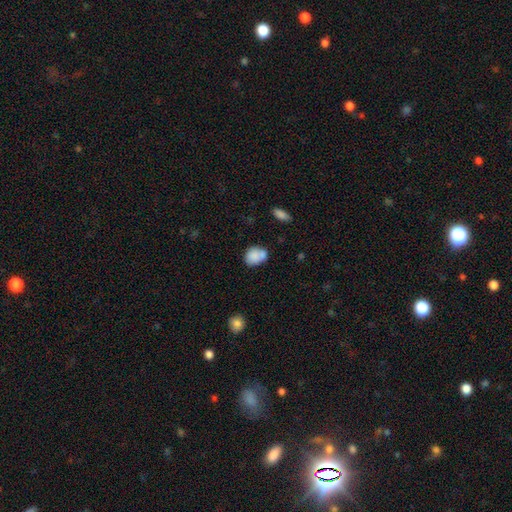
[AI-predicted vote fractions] Q: Smooth or featured?
A: smooth (81%); runner-up: featured or disk (10%)
Q: How rounded?
A: in between (49%); tied with: round (49%)
Q: Merging?
A: none (47%); runner-up: merger (28%)